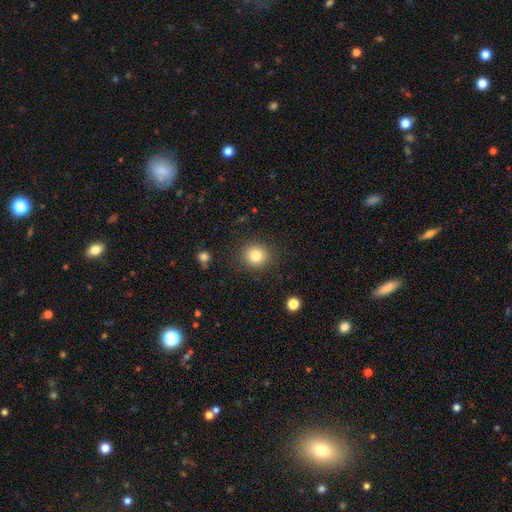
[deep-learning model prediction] Smooth or featured? Predicted: smooth (p=0.81). How rounded? Predicted: round (p=0.87). Merging? Predicted: none (p=0.88).